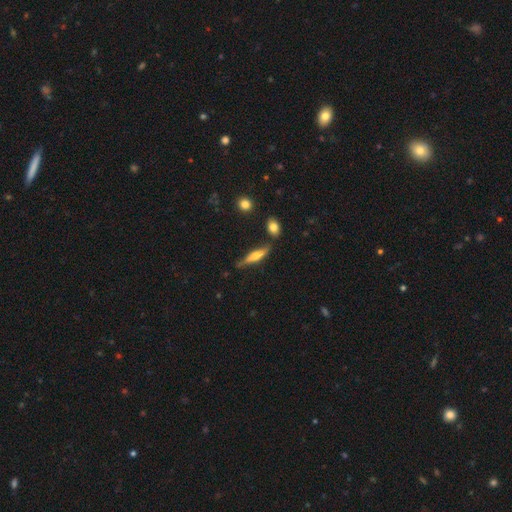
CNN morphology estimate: Smooth or featured? featured or disk (51%)
Edge-on disk? yes (92%)
Merging? none (73%)